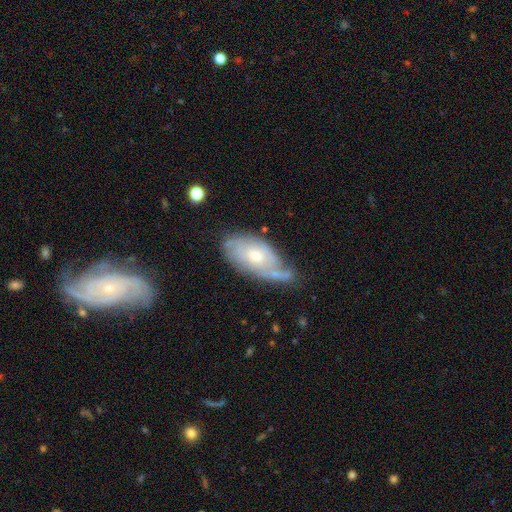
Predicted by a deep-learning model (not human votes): Smooth or featured? featured or disk (61%)
Edge-on disk? no (91%)
Bar? no (72%)
Spiral arms? yes (77%)
Bulge size? moderate (53%)
Merging? none (46%)